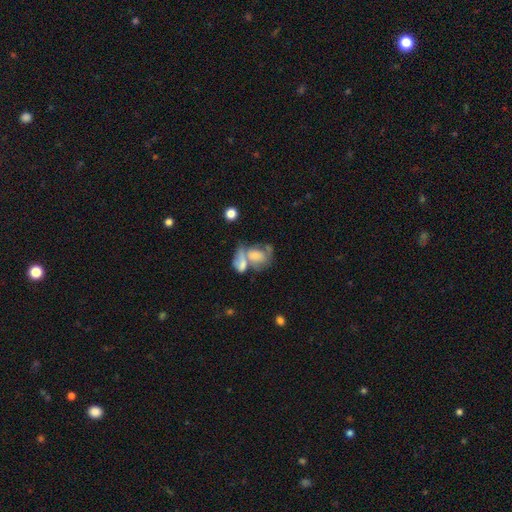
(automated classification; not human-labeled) smooth-or-featured: smooth: 57% | featured or disk: 33% | star or artifact: 10%
  how-rounded: in between: 74% | round: 24% | cigar-shaped: 2%
  merging: merger: 59% | none: 16% | major disturbance: 15% | minor disturbance: 10%